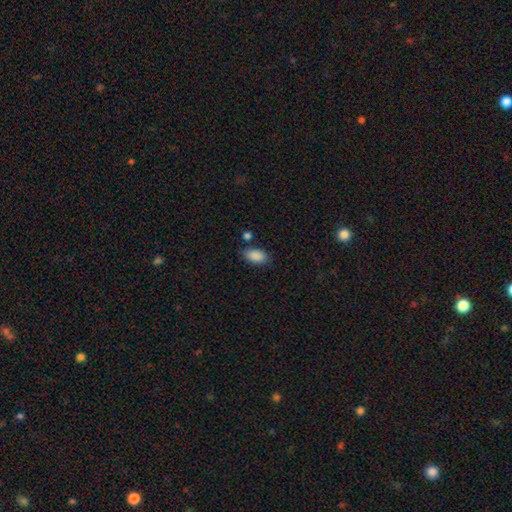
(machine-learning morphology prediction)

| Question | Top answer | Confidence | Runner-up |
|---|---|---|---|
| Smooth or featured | smooth | 89% | star or artifact (7%) |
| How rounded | in between | 93% | round (5%) |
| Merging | none | 79% | minor disturbance (13%) |